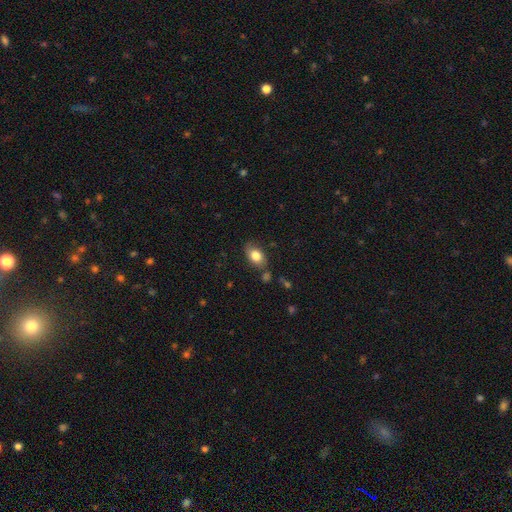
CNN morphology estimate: This is clearly a smooth galaxy (81%). How rounded: clearly in between (85%). Merging: likely none (74%).